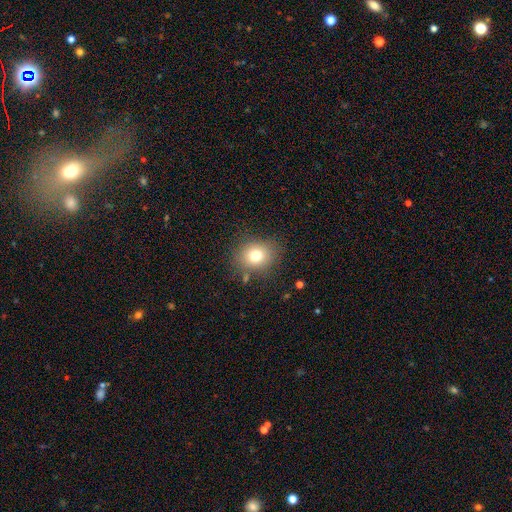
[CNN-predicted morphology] A smooth galaxy with no disk features (75%) that is round (70%). Merging: none (80%).